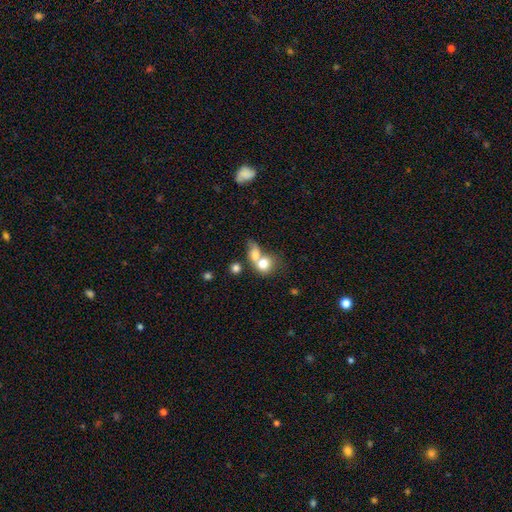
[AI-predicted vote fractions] Smooth or featured?
  - smooth: 71% *
  - featured or disk: 18%
  - star or artifact: 11%
How rounded?
  - round: 61% *
  - in between: 37%
  - cigar-shaped: 2%
Merging?
  - merger: 64% *
  - none: 21%
  - minor disturbance: 8%
  - major disturbance: 8%